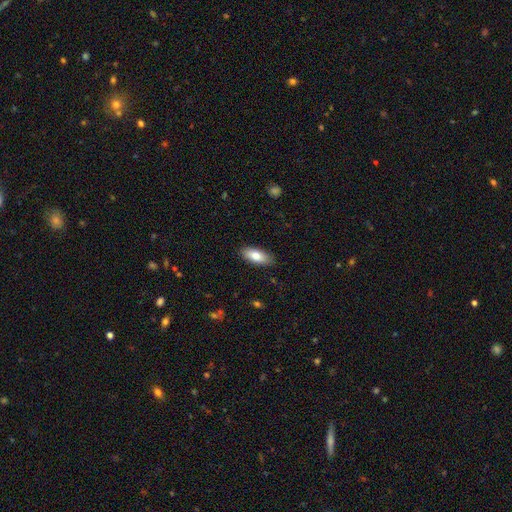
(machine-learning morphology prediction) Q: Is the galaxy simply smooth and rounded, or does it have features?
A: smooth — 79%.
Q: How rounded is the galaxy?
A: in between — 82%.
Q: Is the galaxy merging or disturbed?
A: none — 88%.